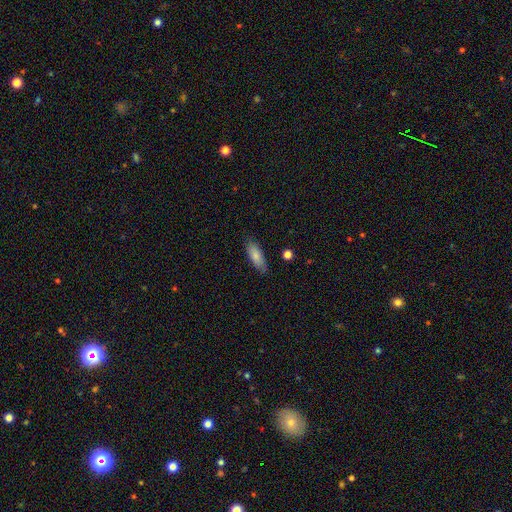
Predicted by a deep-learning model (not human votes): Overall: smooth (80%). How rounded: in between (67%; cigar-shaped 31%). Merging: none (83%).